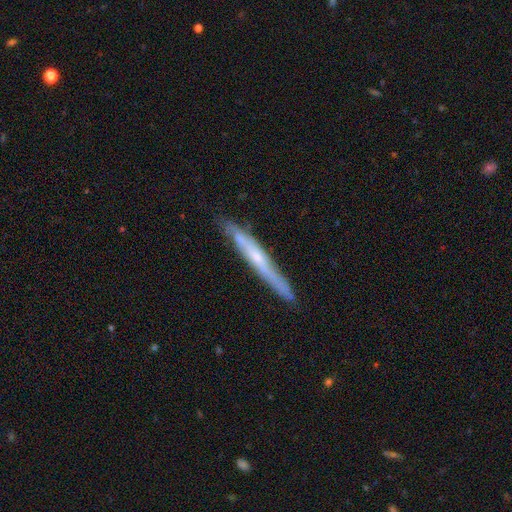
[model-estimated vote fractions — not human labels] Smooth or featured? featured or disk (62%)
Edge-on disk? yes (88%)
Edge-on bulge? none (55%)
Merging? none (80%)